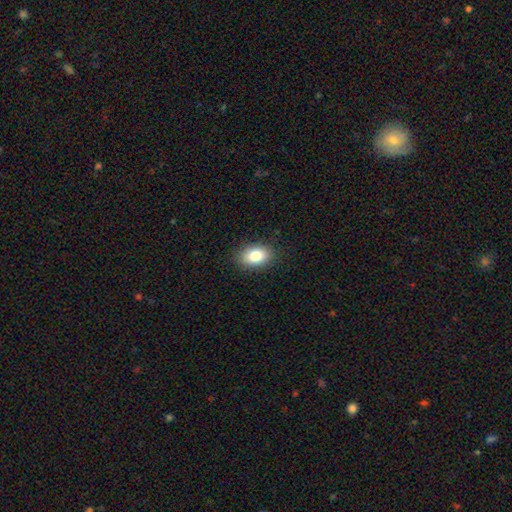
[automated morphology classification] This is clearly a smooth galaxy (82%). How rounded: clearly in between (82%). Merging: clearly none (87%).